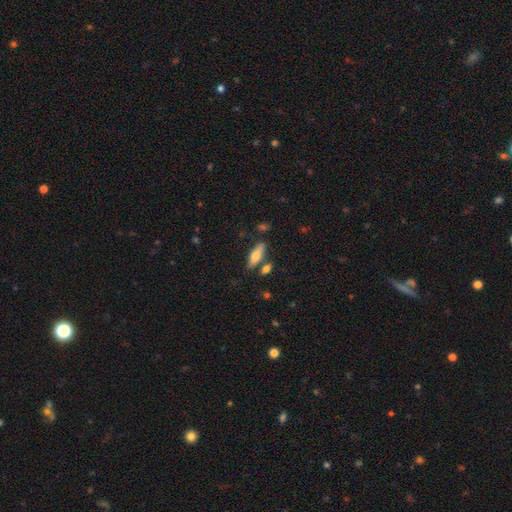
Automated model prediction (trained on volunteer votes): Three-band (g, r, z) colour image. It shows a smooth galaxy with no disk features (68%) that is in between round and cigar-shaped (54%). Merging: none (74%).